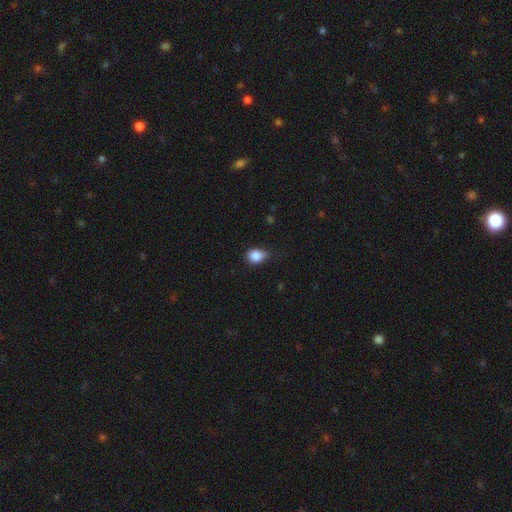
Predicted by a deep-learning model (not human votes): smooth-or-featured: smooth: 85% | star or artifact: 10% | featured or disk: 5%
  how-rounded: round: 54% | in between: 45% | cigar-shaped: 1%
  merging: none: 56% | minor disturbance: 36% | major disturbance: 7% | merger: 2%